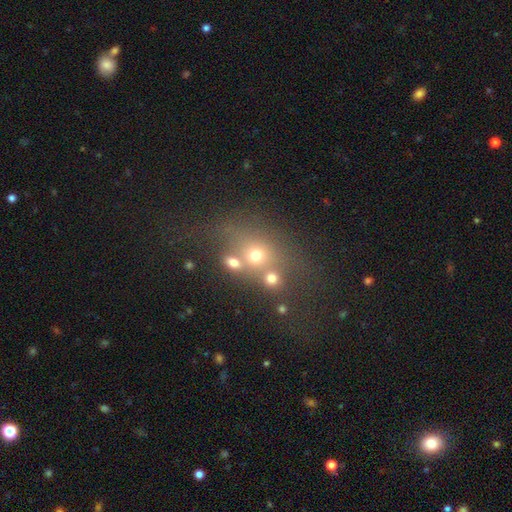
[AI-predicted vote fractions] Morphology: type=smooth (55%); roundness=round (64%); merging=none (41%).